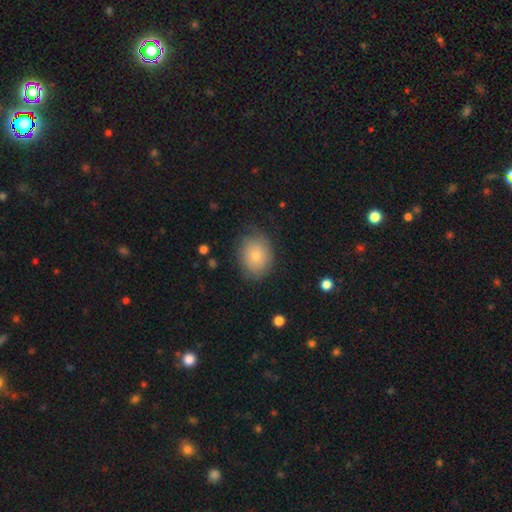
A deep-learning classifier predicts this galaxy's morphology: Smooth or featured?
  - smooth: 76% *
  - featured or disk: 17%
  - star or artifact: 8%
How rounded?
  - in between: 55% *
  - round: 45%
  - cigar-shaped: 1%
Merging?
  - none: 72% *
  - minor disturbance: 20%
  - major disturbance: 6%
  - merger: 1%